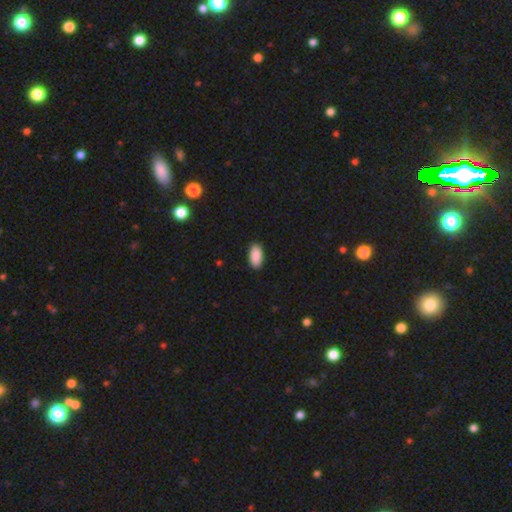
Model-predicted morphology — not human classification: Smooth or featured? smooth (91%)
How rounded? in between (92%)
Merging? none (89%)